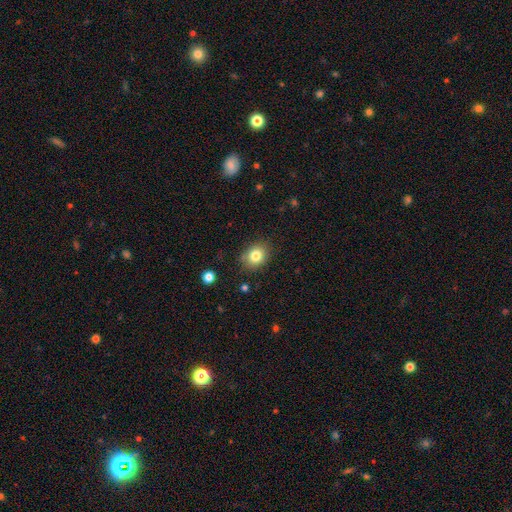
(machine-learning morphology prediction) Smooth or featured?
  - smooth: 82% *
  - star or artifact: 10%
  - featured or disk: 8%
How rounded?
  - round: 55% *
  - in between: 44%
  - cigar-shaped: 1%
Merging?
  - none: 82% *
  - minor disturbance: 13%
  - major disturbance: 3%
  - merger: 2%